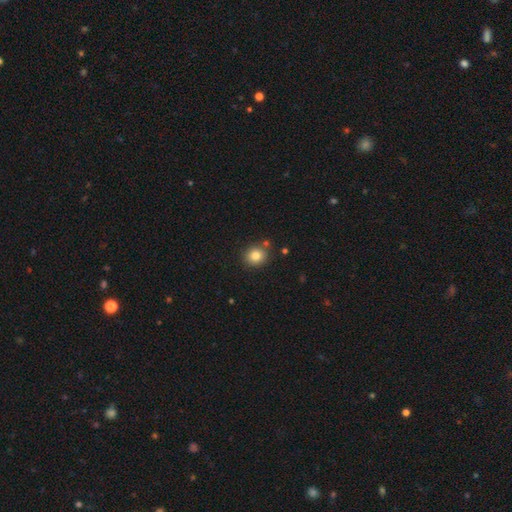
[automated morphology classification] A smooth galaxy with no disk features (82%) that is round (83%). Merging: none (82%).